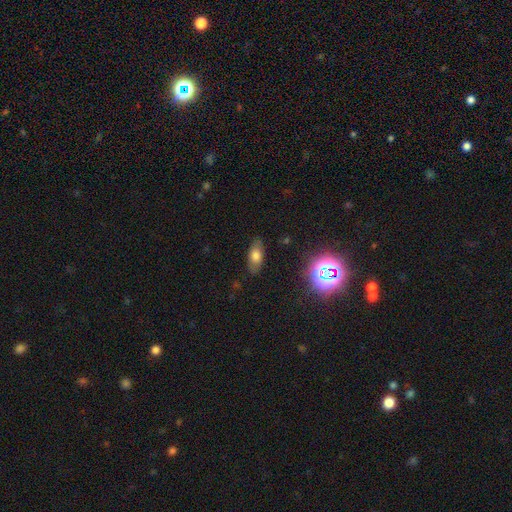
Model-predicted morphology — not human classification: This appears to be a smooth galaxy with no disk features (67%) that is in between round and cigar-shaped (84%). Merging: none (83%).